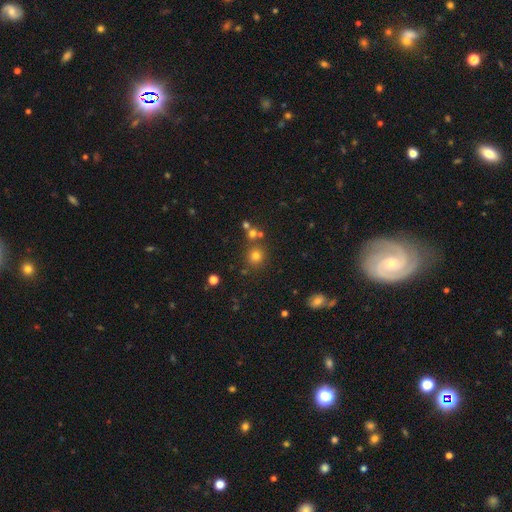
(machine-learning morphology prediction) Q: Smooth or featured?
A: smooth (71%); runner-up: star or artifact (21%)
Q: How rounded?
A: round (90%); runner-up: in between (9%)
Q: Merging?
A: none (75%); runner-up: merger (14%)